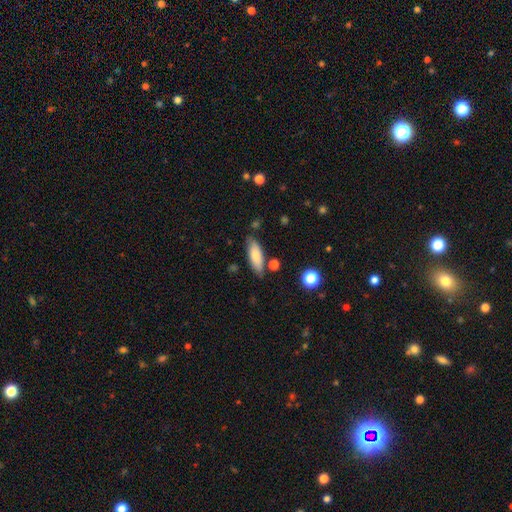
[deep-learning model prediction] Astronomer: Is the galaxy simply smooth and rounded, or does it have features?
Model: smooth — 78%.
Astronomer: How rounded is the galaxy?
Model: in between — 64%.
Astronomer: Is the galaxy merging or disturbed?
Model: none — 77%.